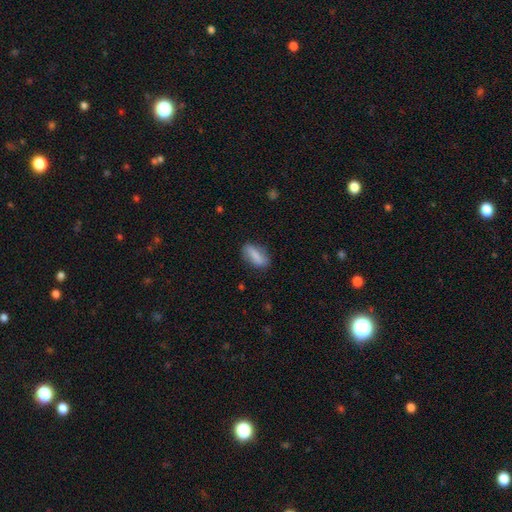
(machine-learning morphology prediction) Smooth or featured? Predicted: smooth (p=0.74). How rounded? Predicted: in between (p=0.69). Merging? Predicted: none (p=0.77).